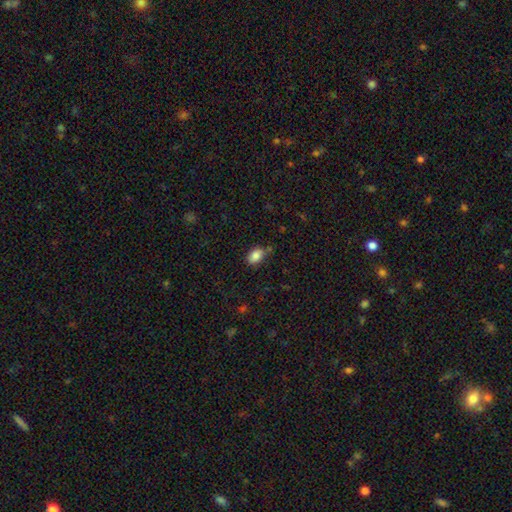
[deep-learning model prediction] Morphology: type=smooth (85%); roundness=in between (85%); merging=none (79%).